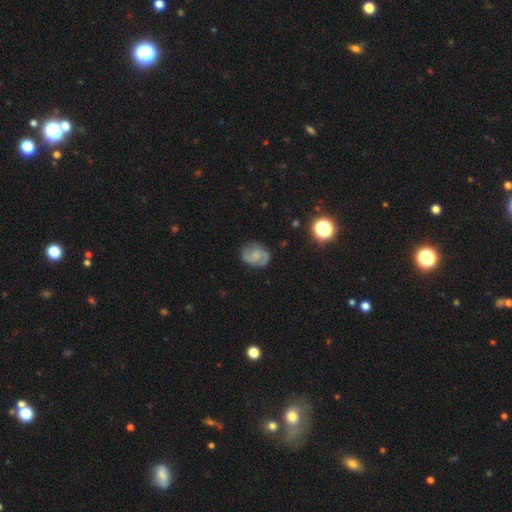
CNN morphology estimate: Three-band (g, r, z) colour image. It shows a featured or disk galaxy (69%) with no bar (54%), 2 (86%) medium (51%) spiral arms (94%) and a small central bulge (41%). Merging: none (78%).